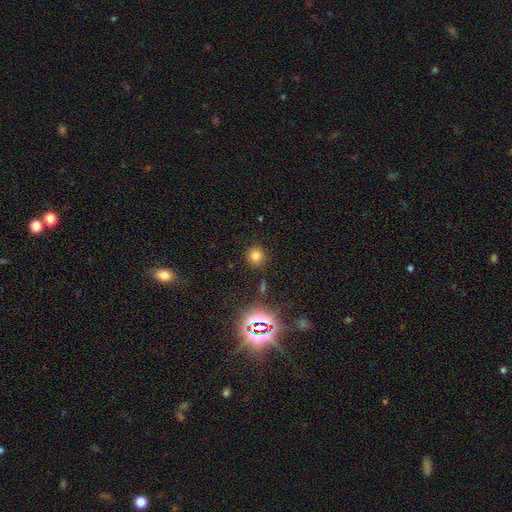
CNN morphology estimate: smooth_or_featured: smooth (p=0.74) [alt: star or artifact p=0.20]
how_rounded: round (p=0.88) [alt: in between p=0.11]
merging: none (p=0.86) [alt: minor disturbance p=0.08]